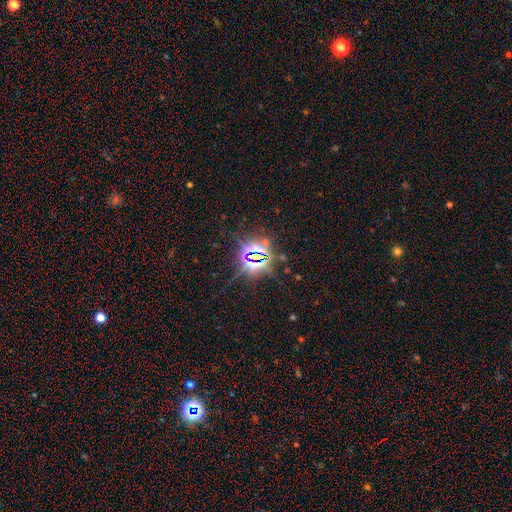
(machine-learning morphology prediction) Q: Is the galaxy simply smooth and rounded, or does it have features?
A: star or artifact — 82%.